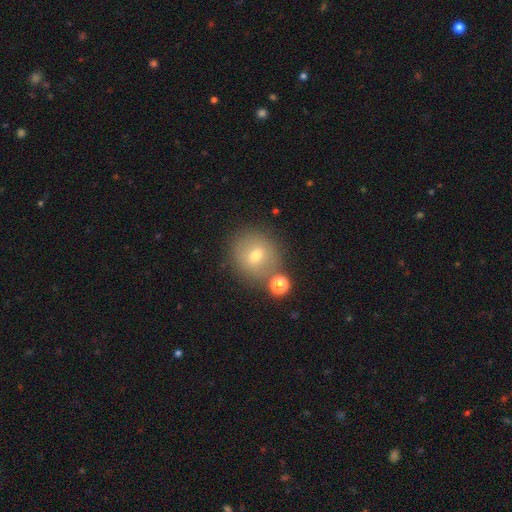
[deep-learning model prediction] A smooth galaxy with no disk features (66%) that is round (86%).

Vote fractions:
- Smooth or featured? smooth: 66% / featured or disk: 21% / star or artifact: 13%
- How rounded? round: 86% / in between: 13% / cigar-shaped: 1%
- Merging? none: 74% / minor disturbance: 11% / merger: 11% / major disturbance: 4%